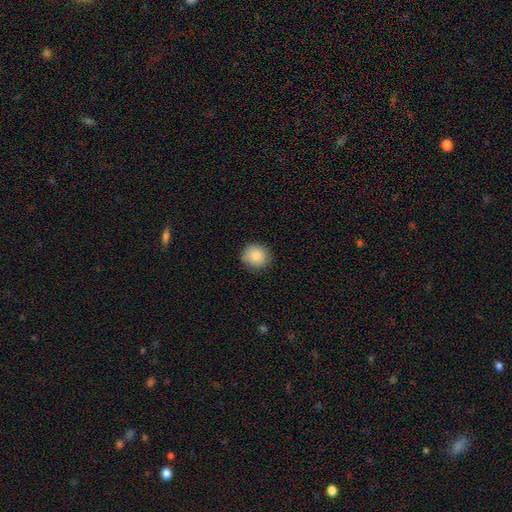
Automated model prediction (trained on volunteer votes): Q: Smooth or featured?
A: smooth (83%); runner-up: star or artifact (9%)
Q: How rounded?
A: round (91%); runner-up: in between (8%)
Q: Merging?
A: none (85%); runner-up: minor disturbance (12%)